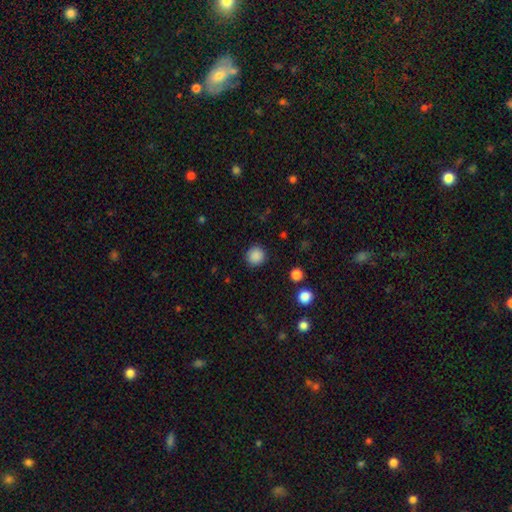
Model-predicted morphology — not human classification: Smooth or featured?
  - smooth: 87% *
  - star or artifact: 10%
  - featured or disk: 3%
How rounded?
  - round: 93% *
  - in between: 6%
  - cigar-shaped: 1%
Merging?
  - none: 90% *
  - minor disturbance: 6%
  - major disturbance: 2%
  - merger: 1%